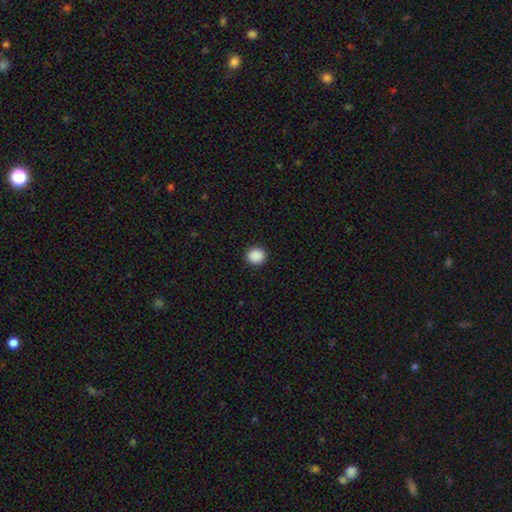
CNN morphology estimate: Overall: smooth (89%). How rounded: round (90%). Merging: none (93%).